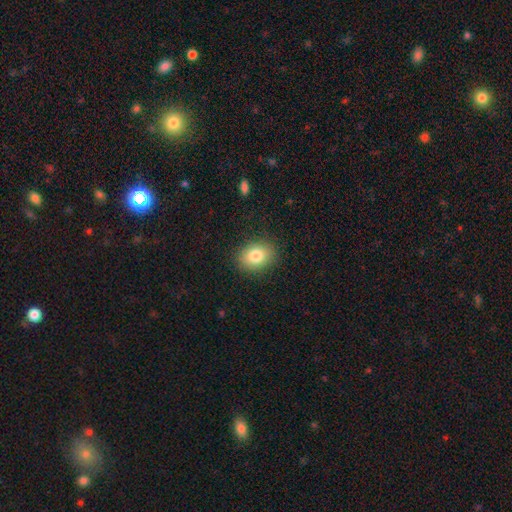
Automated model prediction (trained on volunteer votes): Smooth or featured? Predicted: smooth (p=0.82). How rounded? Predicted: in between (p=0.66). Merging? Predicted: none (p=0.87).